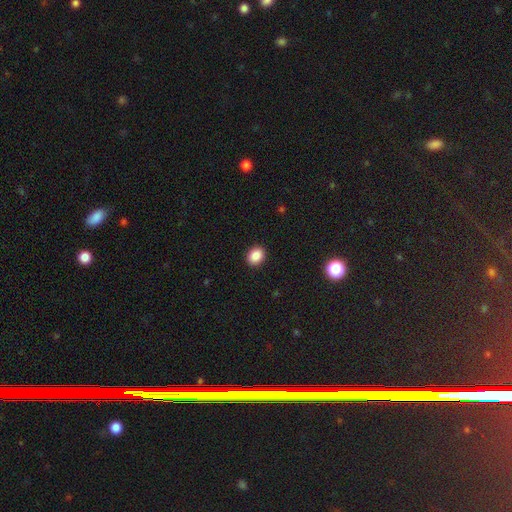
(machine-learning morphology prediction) This is clearly a smooth galaxy (87%). How rounded: likely round (61%). Merging: clearly none (92%).